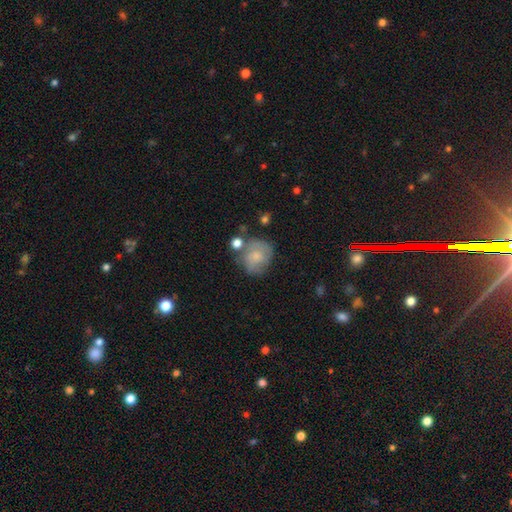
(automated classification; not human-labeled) Smooth or featured: smooth — 61% (featured or disk — 30%)
How rounded: round — 76% (in between — 23%)
Merging: none — 54% (minor disturbance — 24%)